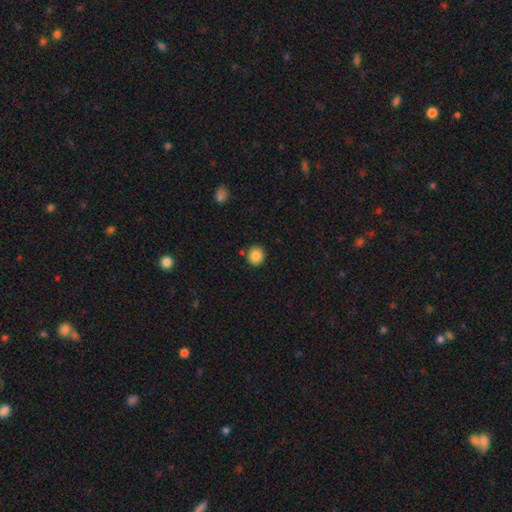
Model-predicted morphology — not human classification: A smooth galaxy with no disk features (86%) that is round (84%).

Vote fractions:
- Smooth or featured? smooth: 86% / star or artifact: 9% / featured or disk: 4%
- How rounded? round: 84% / in between: 15% / cigar-shaped: 1%
- Merging? none: 87% / minor disturbance: 8% / merger: 4% / major disturbance: 2%